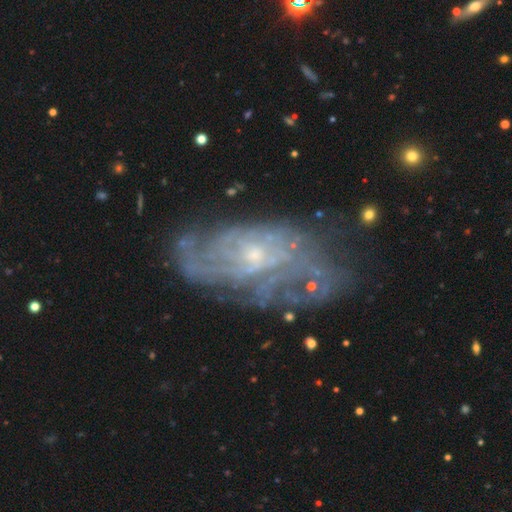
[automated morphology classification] This is clearly a featured or disk galaxy (80%). It is clearly not viewed edge-on (94%). Bar: likely no (70%). Spiral arm pattern: clearly yes (86%). Spiral arm count: possibly can't tell (53%). Spiral winding: possibly tight (58%). Central bulge: likely small (74%). Merging: likely none (63%).